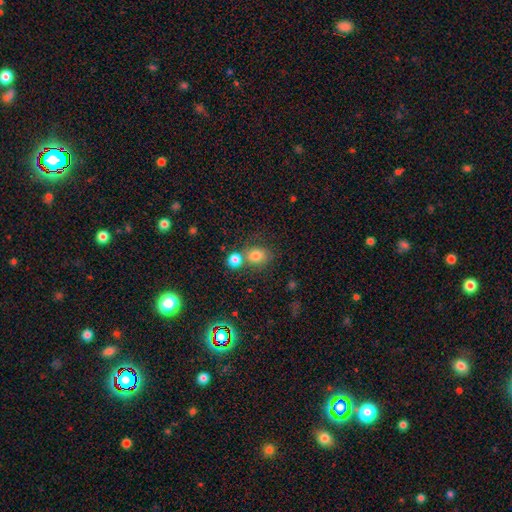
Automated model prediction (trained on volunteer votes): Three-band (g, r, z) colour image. It shows a smooth galaxy with no disk features (78%) that is round (59%). Merging: none (50%).